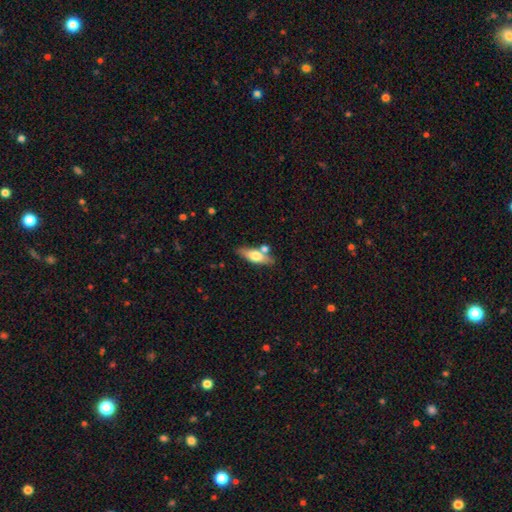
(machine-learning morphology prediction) A smooth galaxy with no disk features (58%) that is in between round and cigar-shaped (57%). Merging: none (71%).